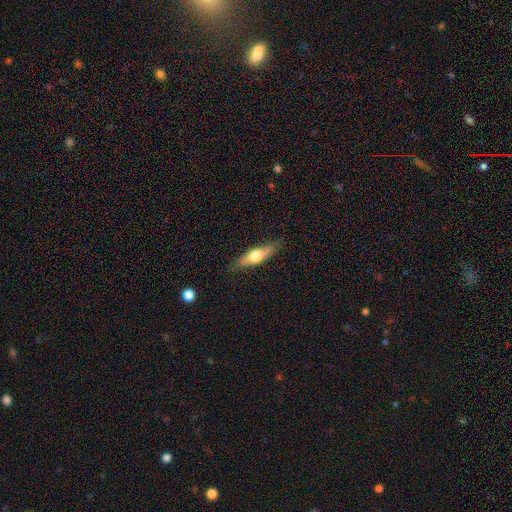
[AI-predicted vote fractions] This appears to be a smooth galaxy with no disk features (54%) that is cigar-shaped (54%). Merging: none (83%).